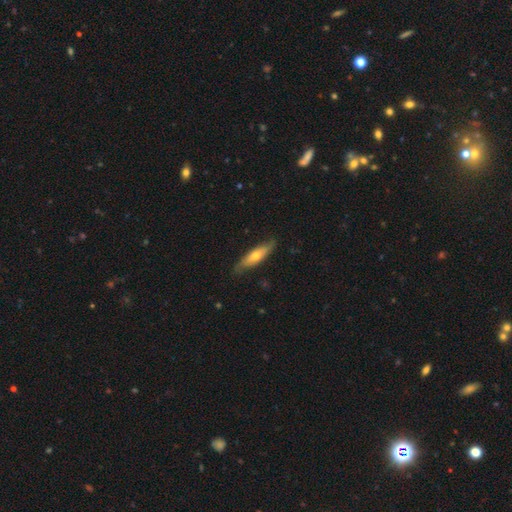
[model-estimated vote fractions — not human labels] smooth 50%, featured or disk 44%, star or artifact 6%. Down the decision tree: merging — none (78%).